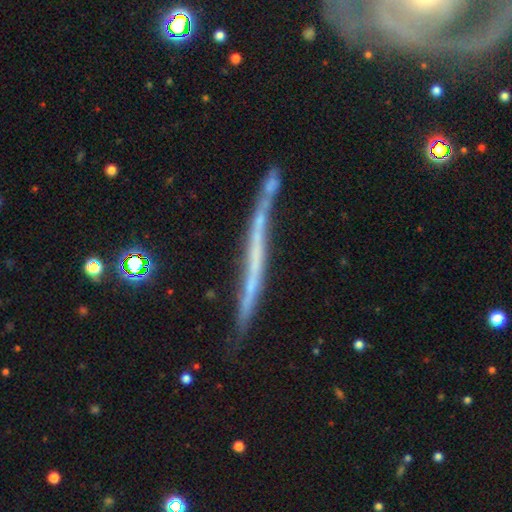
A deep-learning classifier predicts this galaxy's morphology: smooth_or_featured: featured or disk (p=0.65) [alt: smooth p=0.27]
disk_edge_on: yes (p=0.93) [alt: no p=0.07]
edge_on_bulge: none (p=0.90) [alt: rounded p=0.06]
merging: none (p=0.65) [alt: minor disturbance p=0.20]